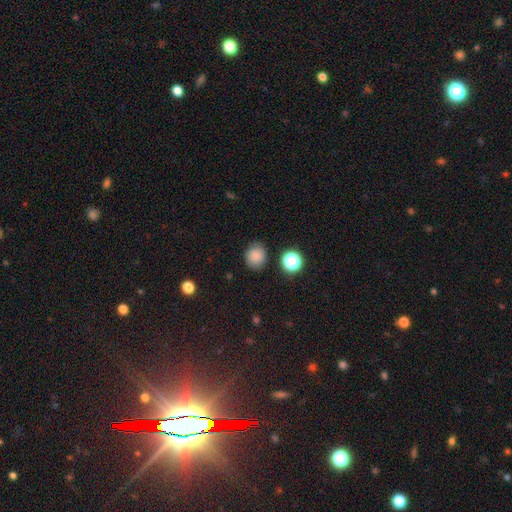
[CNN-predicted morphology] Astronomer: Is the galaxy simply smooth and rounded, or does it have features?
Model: smooth — 83%.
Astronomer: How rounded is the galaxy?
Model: round — 73%.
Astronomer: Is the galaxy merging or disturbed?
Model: none — 82%.